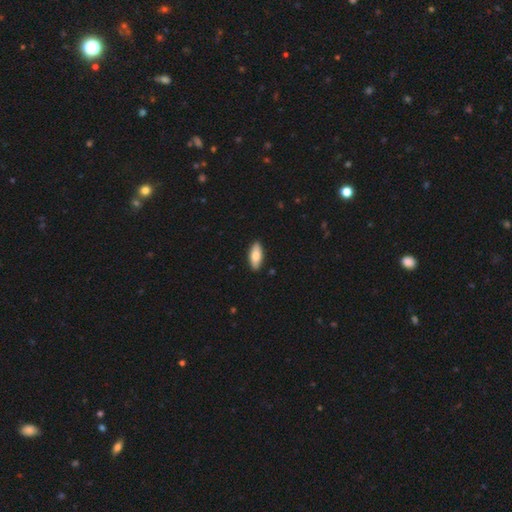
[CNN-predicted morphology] smooth_or_featured: smooth (p=0.78) [alt: featured or disk p=0.17]
how_rounded: in between (p=0.79) [alt: cigar-shaped p=0.19]
merging: none (p=0.89) [alt: minor disturbance p=0.08]